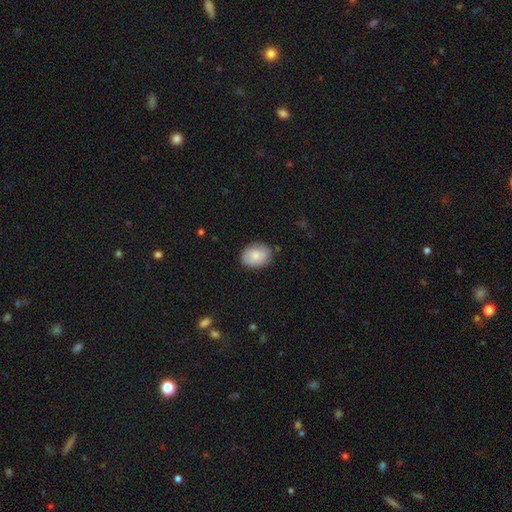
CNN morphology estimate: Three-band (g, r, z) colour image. It shows a smooth galaxy with no disk features (80%) that is in between round and cigar-shaped (67%). Merging: none (78%).